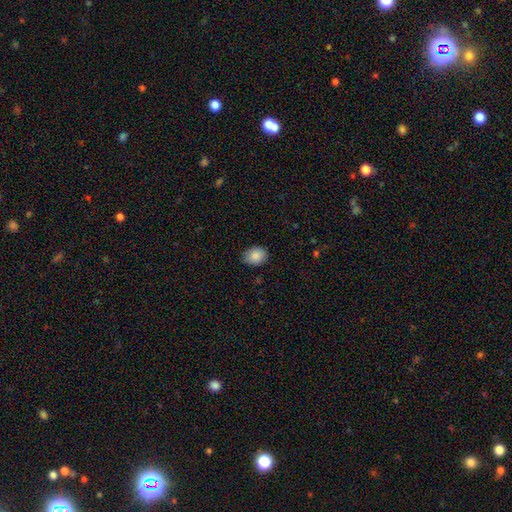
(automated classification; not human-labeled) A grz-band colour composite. It shows a smooth galaxy with no disk features (88%) that is in between round and cigar-shaped (63%). Merging: none (83%).